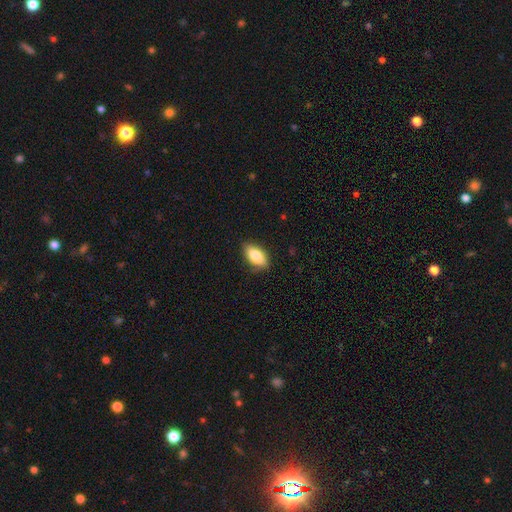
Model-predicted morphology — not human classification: type=smooth (84%); roundness=in between (90%); merging=none (83%).